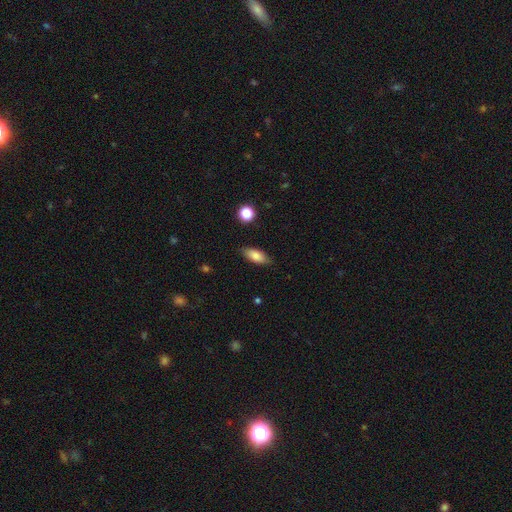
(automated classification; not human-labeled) Smooth or featured: smooth — 81% (featured or disk — 12%)
How rounded: in between — 82% (cigar-shaped — 15%)
Merging: none — 84% (minor disturbance — 12%)